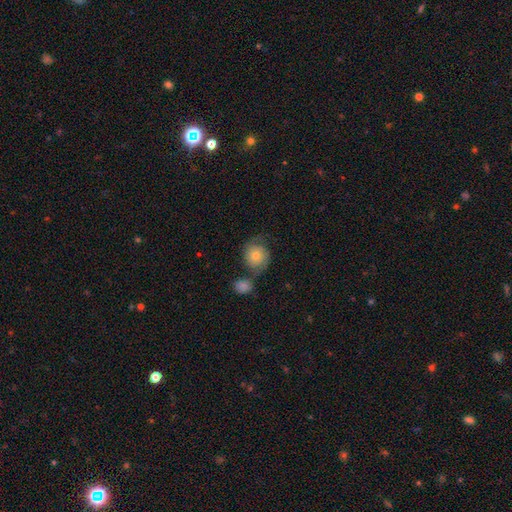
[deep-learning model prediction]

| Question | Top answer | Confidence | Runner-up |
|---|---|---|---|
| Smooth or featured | smooth | 55% | featured or disk (37%) |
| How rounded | round | 83% | in between (16%) |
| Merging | none | 52% | merger (19%) |